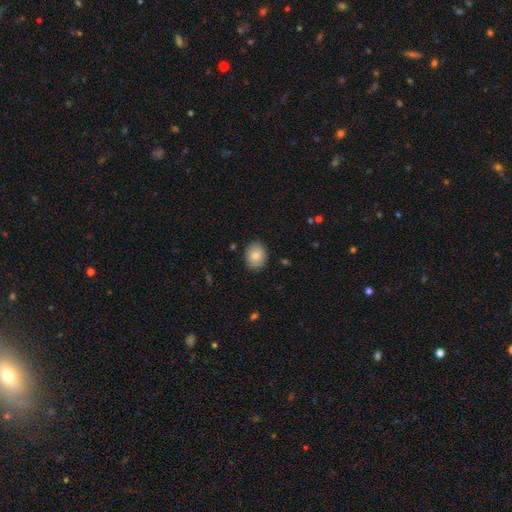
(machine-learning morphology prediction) Smooth or featured?
  - smooth: 81% *
  - featured or disk: 11%
  - star or artifact: 8%
How rounded?
  - round: 53% *
  - in between: 46%
  - cigar-shaped: 1%
Merging?
  - none: 87% *
  - minor disturbance: 10%
  - major disturbance: 2%
  - merger: 1%